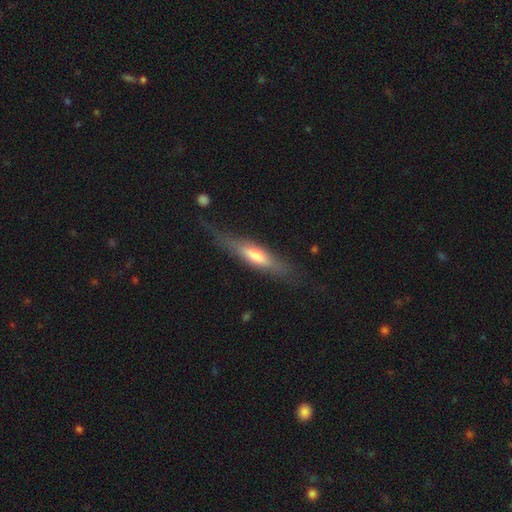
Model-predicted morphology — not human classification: smooth-or-featured: featured or disk: 49% | smooth: 45% | star or artifact: 6%
  merging: none: 66% | minor disturbance: 21% | major disturbance: 11% | merger: 2%